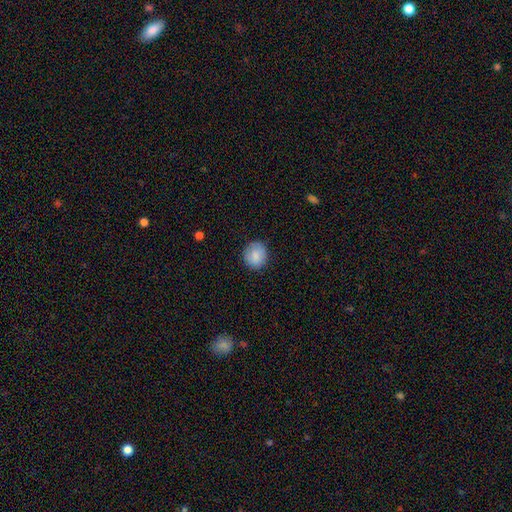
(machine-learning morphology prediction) smooth_or_featured: smooth (p=0.85) [alt: star or artifact p=0.07]
how_rounded: round (p=0.85) [alt: in between p=0.14]
merging: none (p=0.85) [alt: minor disturbance p=0.11]